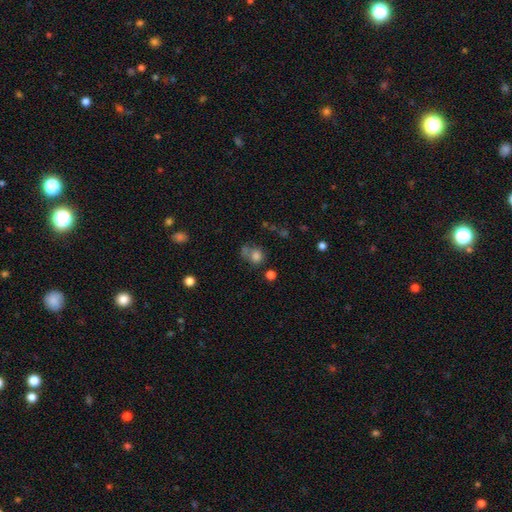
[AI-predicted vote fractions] Q: Smooth or featured?
A: smooth (77%); runner-up: star or artifact (14%)
Q: How rounded?
A: round (78%); runner-up: in between (21%)
Q: Merging?
A: none (48%); runner-up: merger (25%)